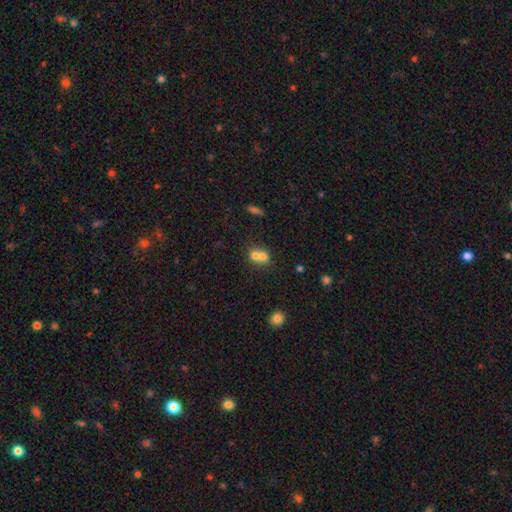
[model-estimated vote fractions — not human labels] Smooth or featured? smooth (68%)
How rounded? round (68%)
Merging? merger (67%)